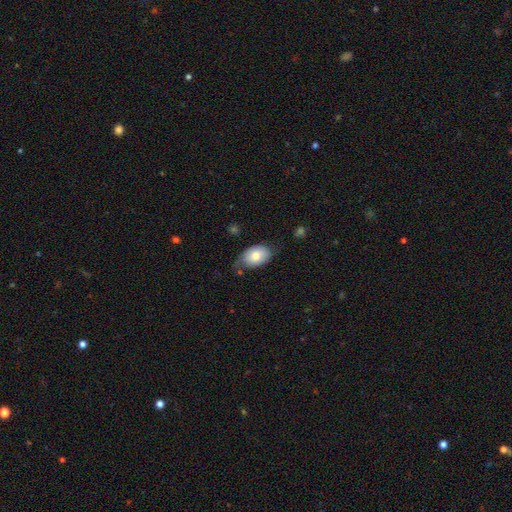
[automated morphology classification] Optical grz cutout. It shows a smooth galaxy with no disk features (76%) that is in between round and cigar-shaped (86%). Merging: none (56%).